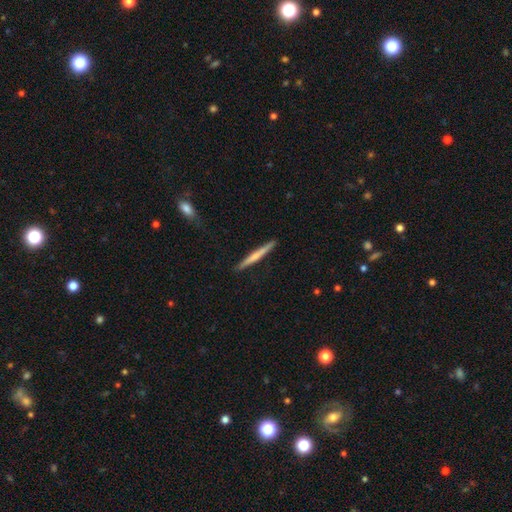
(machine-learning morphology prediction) smooth-or-featured: smooth: 48% | featured or disk: 46% | star or artifact: 5%
  merging: none: 90% | minor disturbance: 7% | major disturbance: 1% | merger: 1%